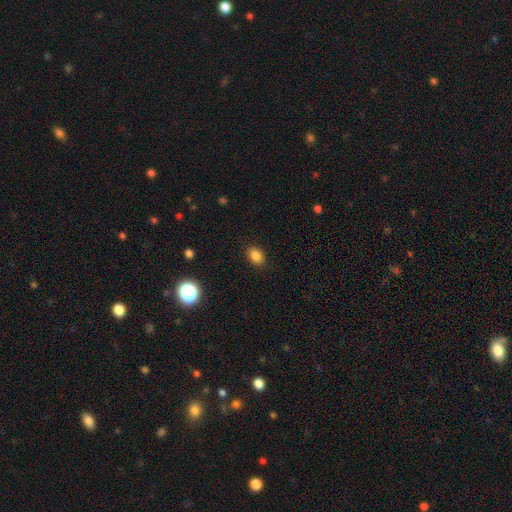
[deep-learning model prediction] Q: Smooth or featured?
A: smooth (84%); runner-up: star or artifact (12%)
Q: How rounded?
A: in between (74%); runner-up: round (25%)
Q: Merging?
A: none (88%); runner-up: minor disturbance (9%)